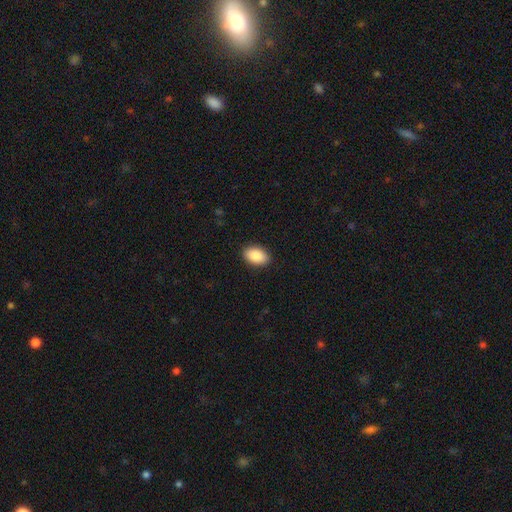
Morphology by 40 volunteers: smooth-or-featured: smooth: 90% | featured or disk: 5% | star or artifact: 5%
  how-rounded: in between: 89% | round: 11% | cigar-shaped: 0%
  merging: none: 92% | minor disturbance: 5% | merger: 3% | major disturbance: 0%